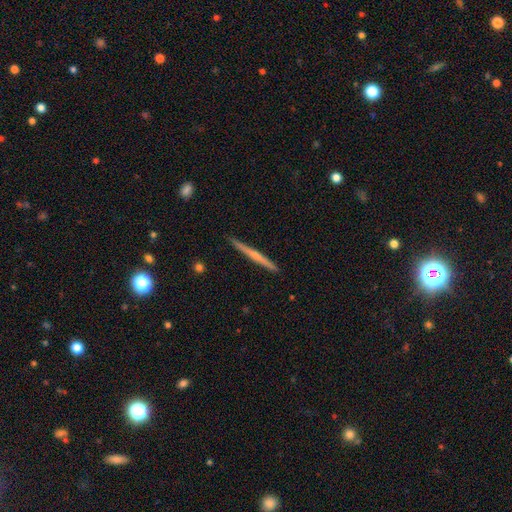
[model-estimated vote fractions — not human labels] A featured or disk galaxy (60%) viewed edge-on (98%) with no central bulge (47%).

Vote fractions:
- Smooth or featured? featured or disk: 60% / smooth: 35% / star or artifact: 5%
- Edge-on disk? yes: 98% / no: 2%
- Edge-on bulge? none: 47% / rounded: 46% / boxy: 7%
- Merging? none: 91% / minor disturbance: 6% / major disturbance: 1% / merger: 1%